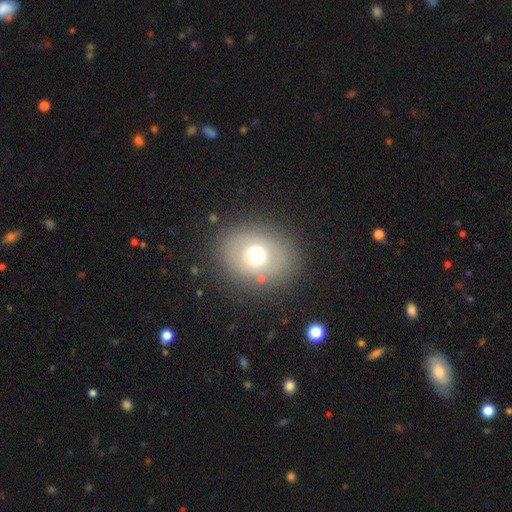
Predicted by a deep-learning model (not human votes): A smooth galaxy with no disk features (61%) that is round (62%). Merging: none (80%).